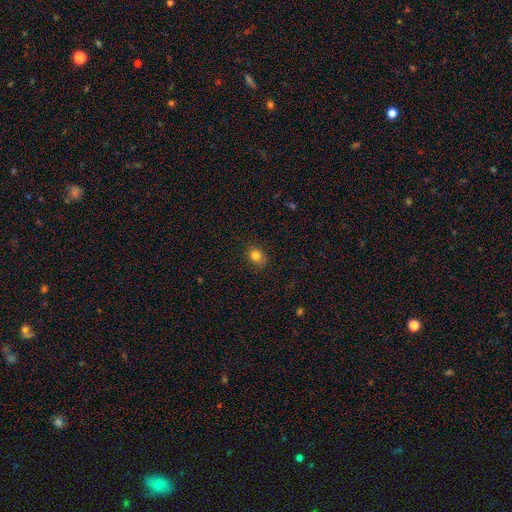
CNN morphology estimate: Smooth or featured? smooth (82%)
How rounded? round (51%)
Merging? none (79%)